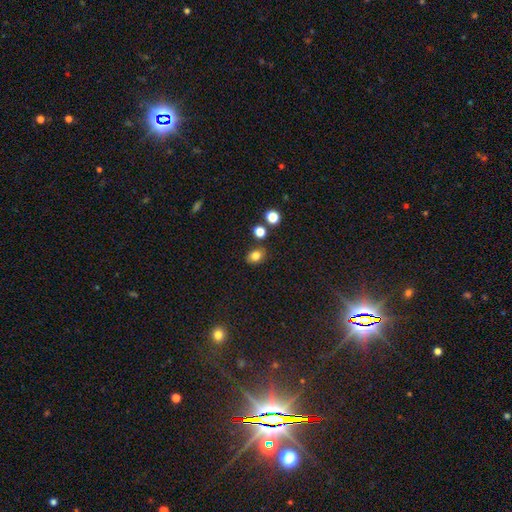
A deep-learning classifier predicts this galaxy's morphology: type=smooth (81%); roundness=in between (56%); merging=none (82%).